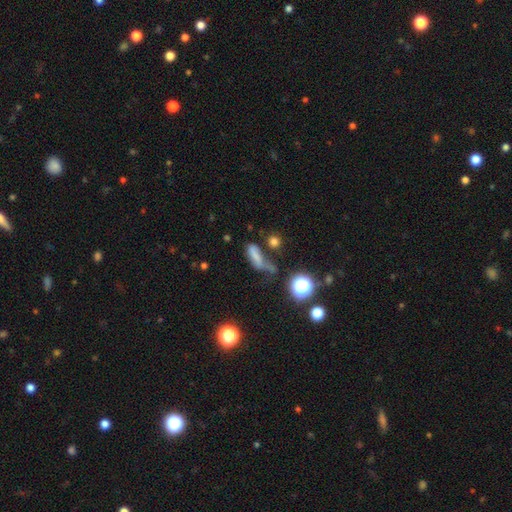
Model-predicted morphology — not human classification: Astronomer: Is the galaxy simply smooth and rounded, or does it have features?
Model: smooth — 61%.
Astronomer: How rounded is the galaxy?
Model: in between — 54% (runner-up: cigar-shaped, 35%).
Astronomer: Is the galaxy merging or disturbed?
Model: none — 31% (runner-up: major disturbance, 27%).